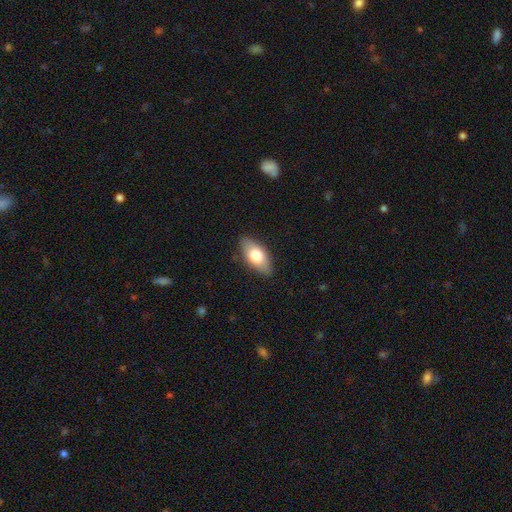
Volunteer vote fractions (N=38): Smooth or featured: smooth — 79% (featured or disk — 16%)
How rounded: in between — 93% (cigar-shaped — 7%)
Merging: none — 83% (minor disturbance — 11%)